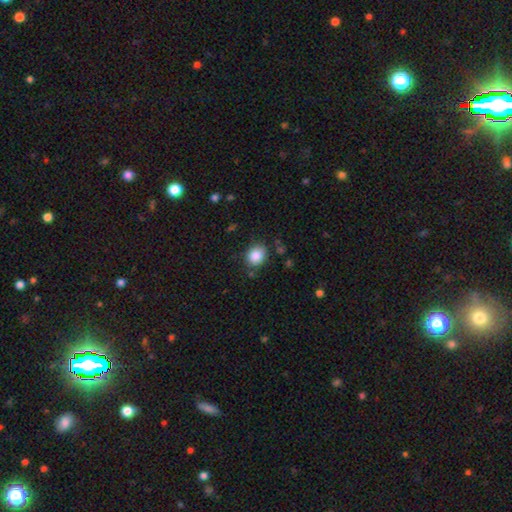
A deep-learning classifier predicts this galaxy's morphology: A smooth galaxy with no disk features (86%) that is round (60%). Merging: none (78%).